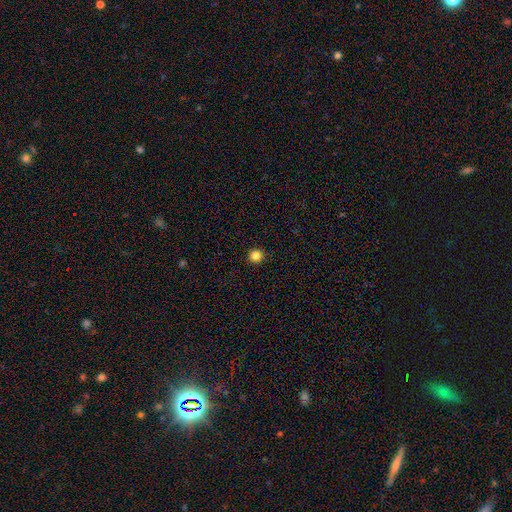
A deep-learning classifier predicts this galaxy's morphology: smooth 84%, star or artifact 12%, featured or disk 3%. Down the decision tree: how rounded — round (95%); merging — none (93%).